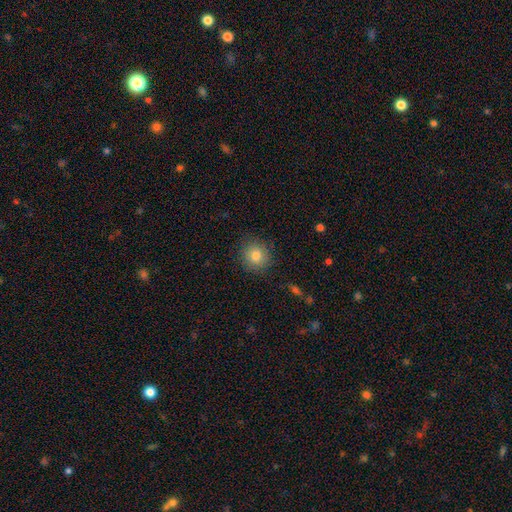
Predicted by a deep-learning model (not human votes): Smooth or featured: smooth — 82% (star or artifact — 10%)
How rounded: round — 88% (in between — 11%)
Merging: none — 87% (minor disturbance — 9%)